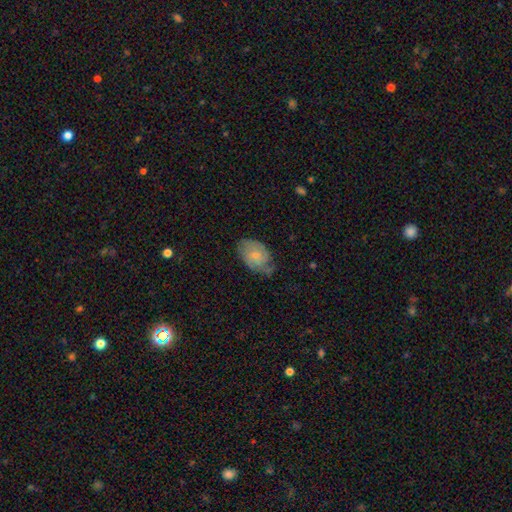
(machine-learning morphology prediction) This appears to be a featured or disk galaxy (51%). Merging: none (53%).